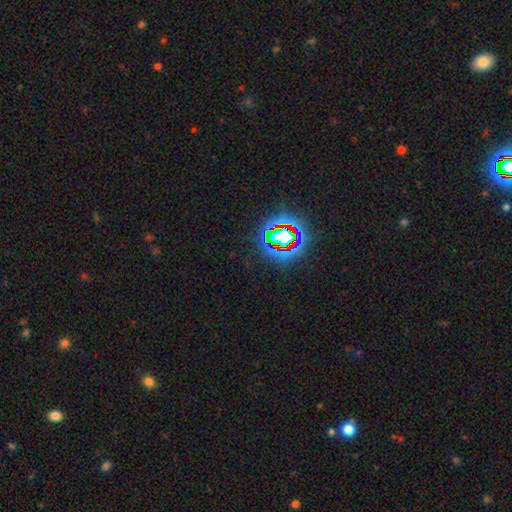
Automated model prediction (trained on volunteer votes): The model was most divided on "smooth or featured": star or artifact: 76%, smooth: 13%, featured or disk: 11%.